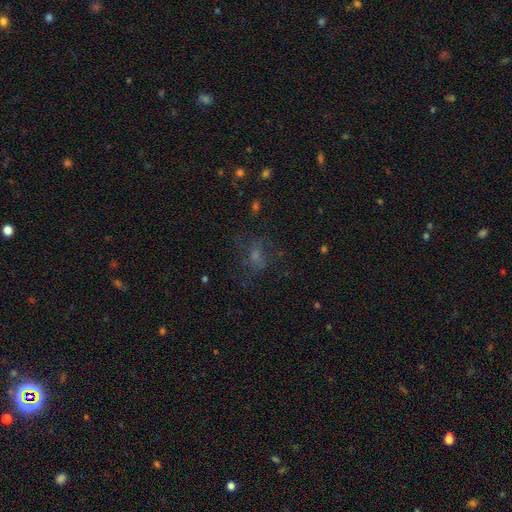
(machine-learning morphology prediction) type=smooth (42%); merging=none (58%).